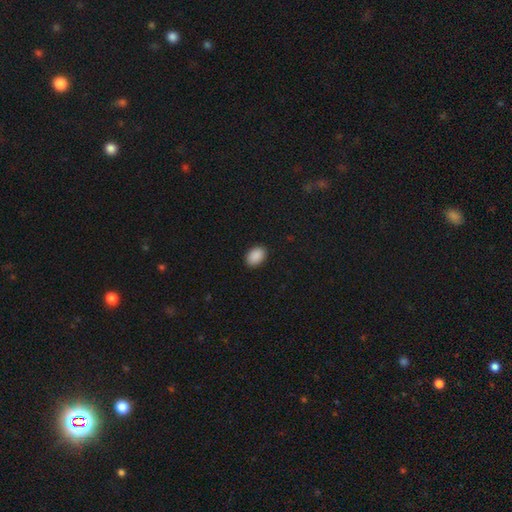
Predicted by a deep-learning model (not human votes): Smooth or featured? Predicted: smooth (p=0.90). How rounded? Predicted: in between (p=0.82). Merging? Predicted: none (p=0.90).